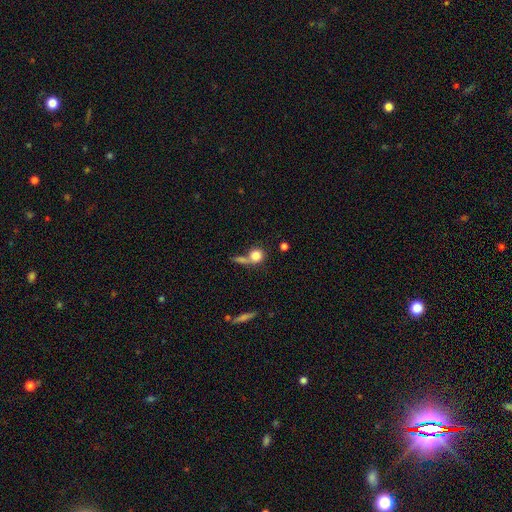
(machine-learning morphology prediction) type=smooth (79%); roundness=round (81%); merging=none (42%).